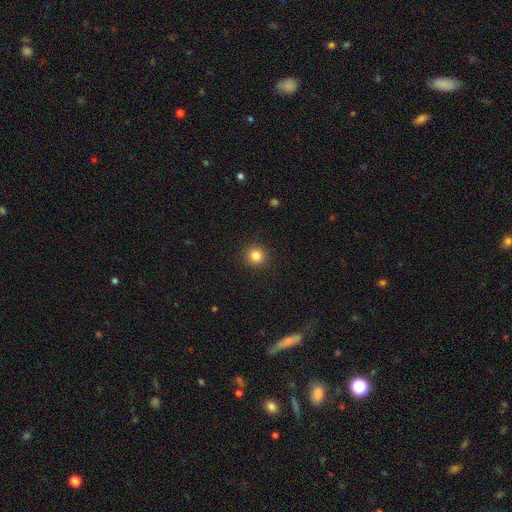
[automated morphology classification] A smooth galaxy with no disk features (84%) that is round (93%). Merging: none (92%).